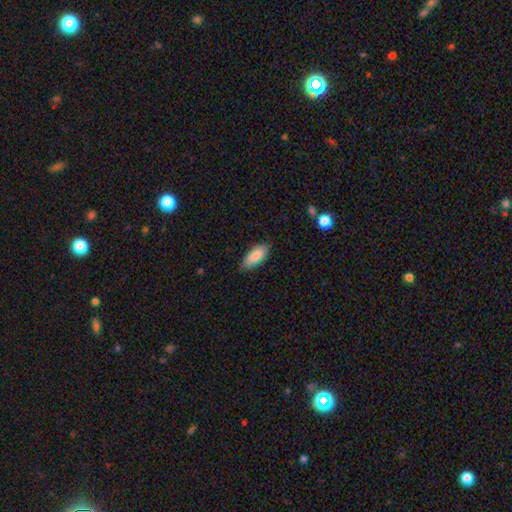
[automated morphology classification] A smooth galaxy with no disk features (85%) that is in between round and cigar-shaped (83%).

Vote fractions:
- Smooth or featured? smooth: 85% / featured or disk: 9% / star or artifact: 6%
- How rounded? in between: 83% / cigar-shaped: 15% / round: 2%
- Merging? none: 78% / minor disturbance: 19% / major disturbance: 3% / merger: 1%